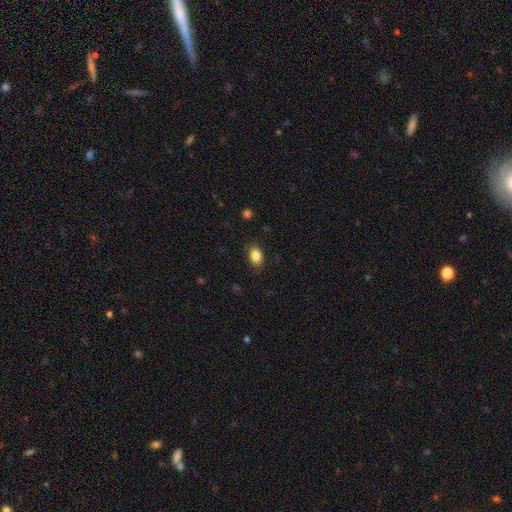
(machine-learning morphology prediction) Overall: smooth (86%). How rounded: in between (80%). Merging: none (84%).